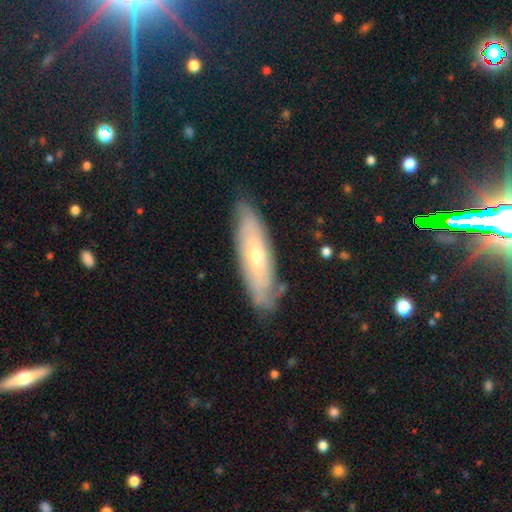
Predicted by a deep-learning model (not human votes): Smooth or featured: featured or disk — 61% (smooth — 32%)
Edge-on disk: no — 66% (yes — 34%)
Merging: none — 79% (minor disturbance — 16%)